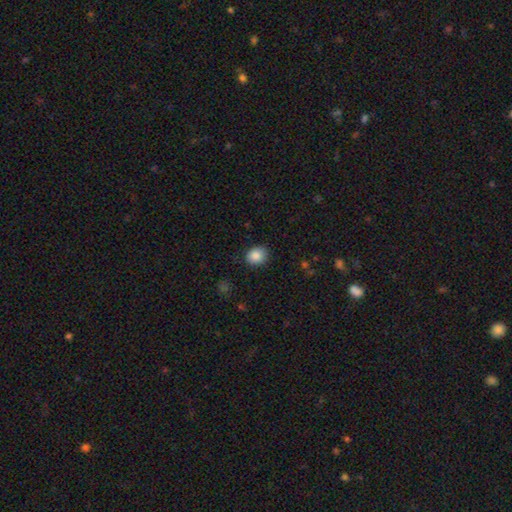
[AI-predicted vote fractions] Smooth or featured? smooth (87%)
How rounded? round (63%)
Merging? none (85%)